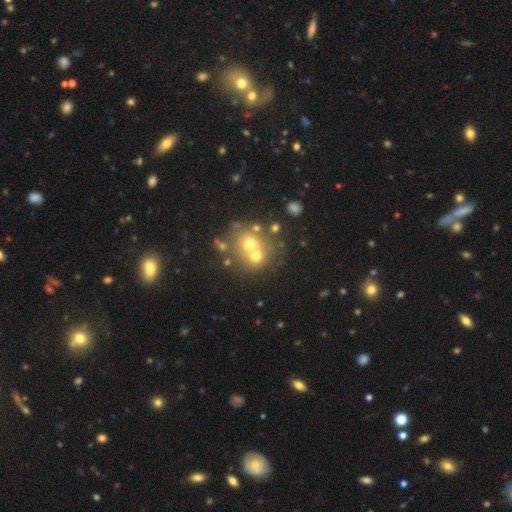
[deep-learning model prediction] Smooth or featured? smooth (58%)
How rounded? round (81%)
Merging? merger (48%)